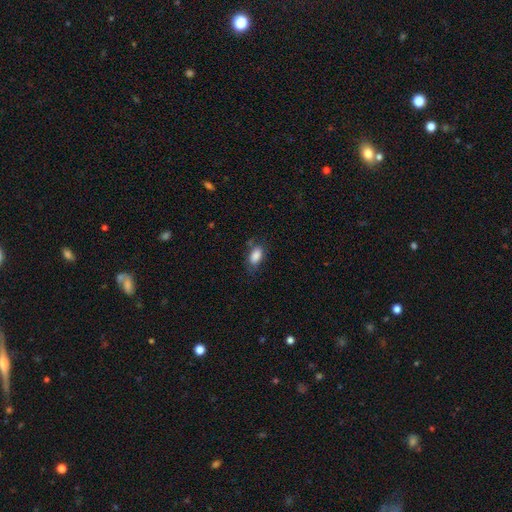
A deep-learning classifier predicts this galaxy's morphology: A smooth galaxy with no disk features (86%) that is in between round and cigar-shaped (90%).

Vote fractions:
- Smooth or featured? smooth: 86% / star or artifact: 8% / featured or disk: 6%
- How rounded? in between: 90% / round: 6% / cigar-shaped: 4%
- Merging? none: 68% / minor disturbance: 22% / major disturbance: 7% / merger: 3%